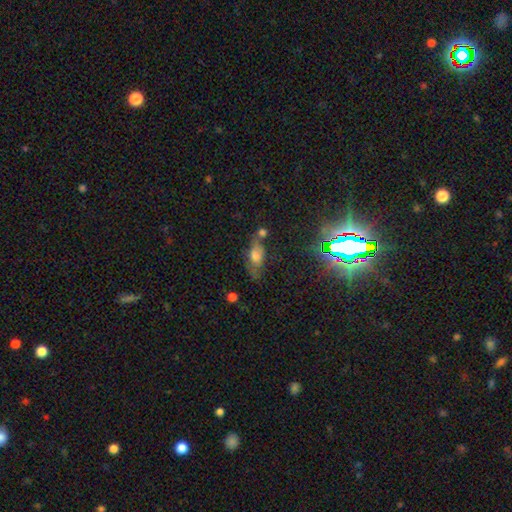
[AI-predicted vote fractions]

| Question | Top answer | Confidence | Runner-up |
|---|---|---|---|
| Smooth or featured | smooth | 49% | featured or disk (27%) |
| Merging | none | 55% | minor disturbance (22%) |